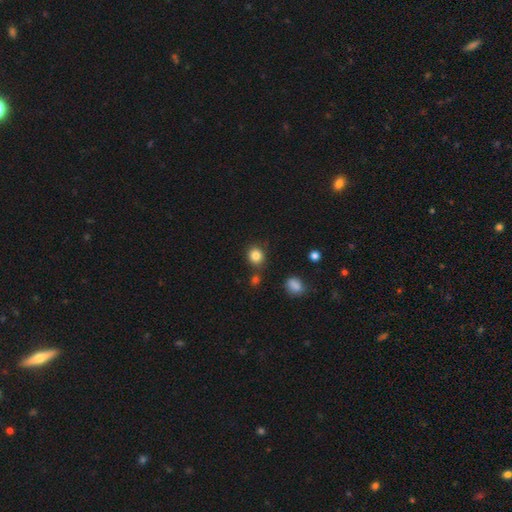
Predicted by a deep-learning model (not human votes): This is clearly a smooth galaxy (84%). How rounded: clearly round (83%). Merging: likely none (80%).